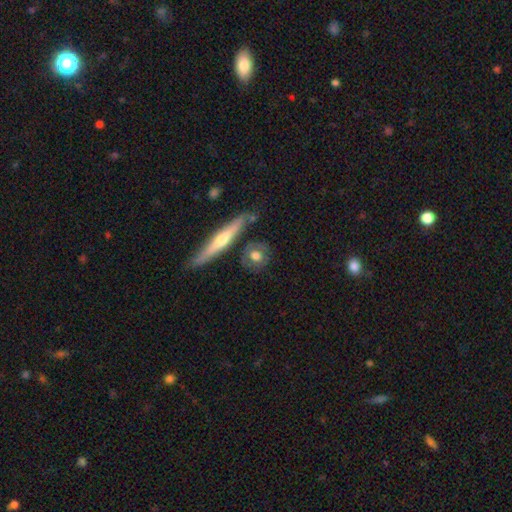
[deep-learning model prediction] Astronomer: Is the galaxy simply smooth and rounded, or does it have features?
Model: smooth — 57% (runner-up: featured or disk, 37%).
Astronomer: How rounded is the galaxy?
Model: round — 63%.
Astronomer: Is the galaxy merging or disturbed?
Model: none — 74%.